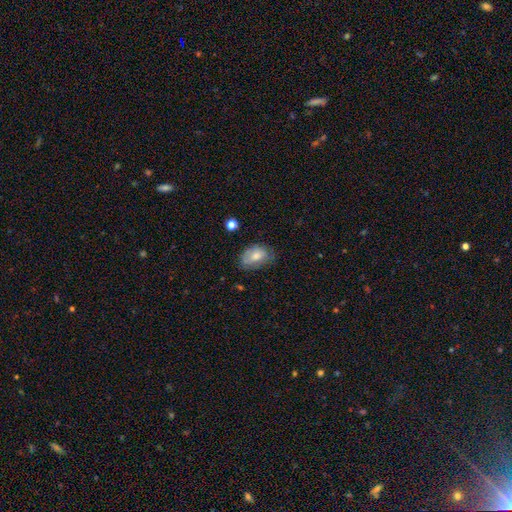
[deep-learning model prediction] The model was most divided on "merging": none: 59%, minor disturbance: 30%, major disturbance: 8%, merger: 2%. More confident: how rounded — in between (86%); smooth or featured — smooth (72%).